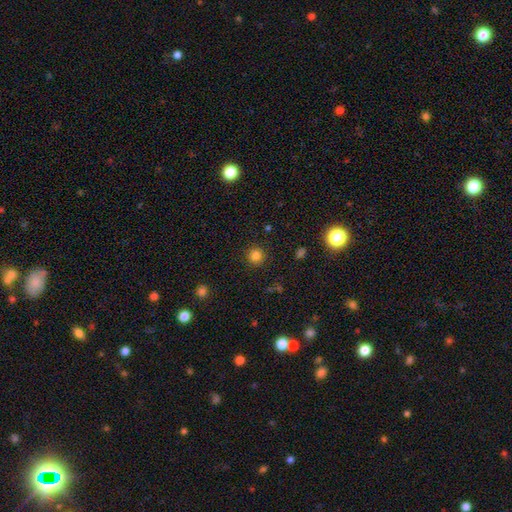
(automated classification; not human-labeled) The model was most divided on "smooth or featured": smooth: 81%, star or artifact: 14%, featured or disk: 5%. More confident: how rounded — round (94%); merging — none (90%).